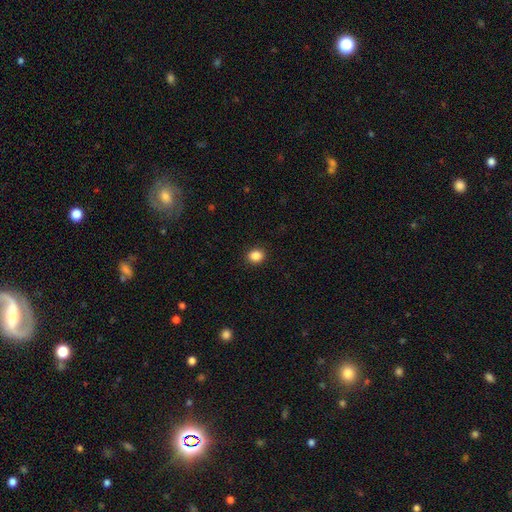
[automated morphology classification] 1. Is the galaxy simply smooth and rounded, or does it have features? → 87% smooth, 10% star or artifact, 3% featured or disk.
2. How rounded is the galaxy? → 65% round, 34% in between, 1% cigar-shaped.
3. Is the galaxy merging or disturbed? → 91% none, 6% minor disturbance, 2% major disturbance, 1% merger.